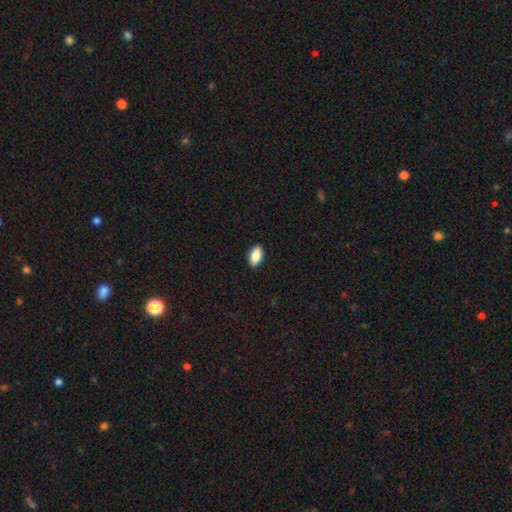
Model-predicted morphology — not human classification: A smooth galaxy with no disk features (89%) that is in between round and cigar-shaped (93%).

Vote fractions:
- Smooth or featured? smooth: 89% / star or artifact: 7% / featured or disk: 5%
- How rounded? in between: 93% / cigar-shaped: 4% / round: 3%
- Merging? none: 90% / minor disturbance: 7% / major disturbance: 2% / merger: 1%